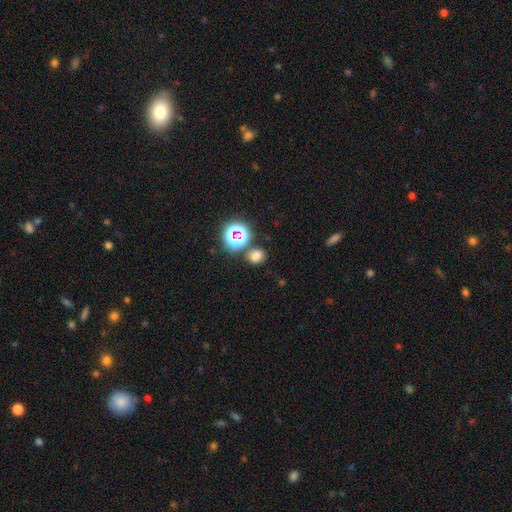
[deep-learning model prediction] Morphology: type=smooth (72%); roundness=round (64%); merging=none (78%).